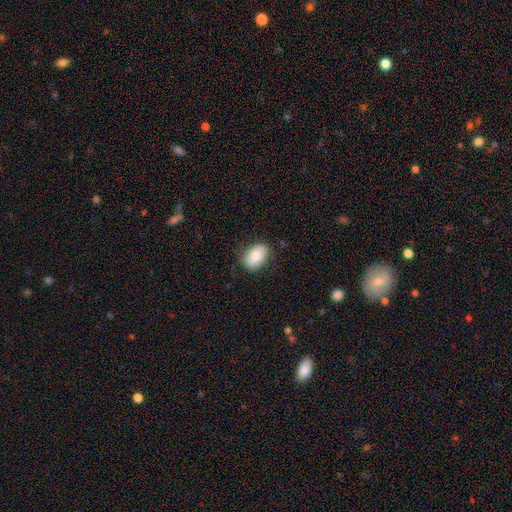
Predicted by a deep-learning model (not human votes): smooth-or-featured: smooth: 78% | featured or disk: 15% | star or artifact: 7%
  how-rounded: in between: 82% | round: 17% | cigar-shaped: 1%
  merging: none: 77% | minor disturbance: 18% | major disturbance: 4% | merger: 1%